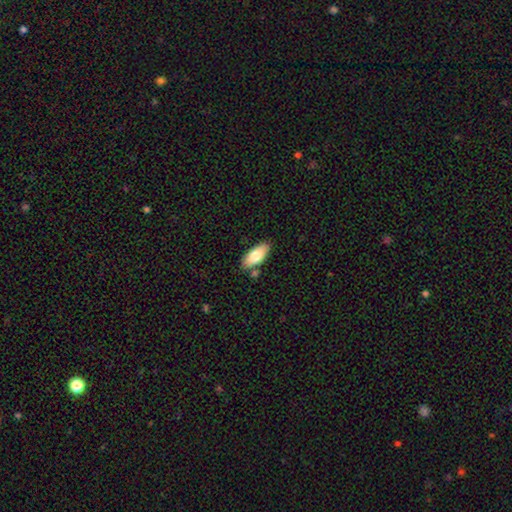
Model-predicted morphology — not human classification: smooth 77%, featured or disk 17%, star or artifact 6%. Down the decision tree: how rounded — in between (86%); merging — none (79%).